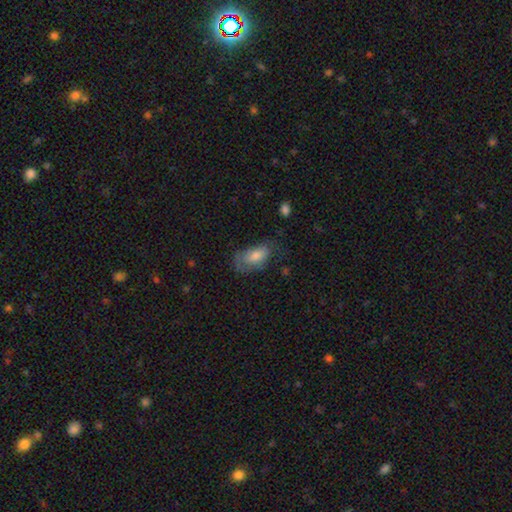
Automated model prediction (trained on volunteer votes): This is likely a smooth galaxy (66%). How rounded: clearly in between (90%). Merging: possibly none (50%).